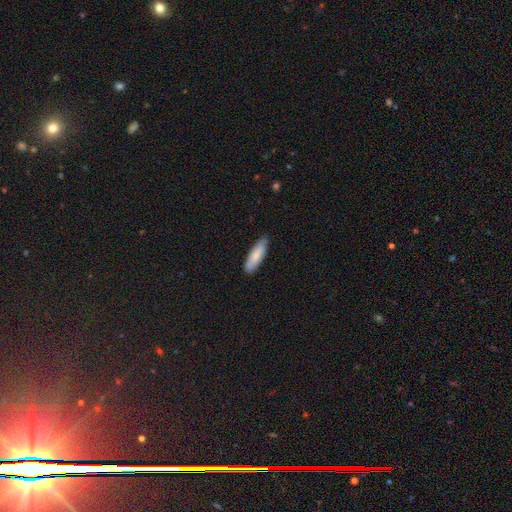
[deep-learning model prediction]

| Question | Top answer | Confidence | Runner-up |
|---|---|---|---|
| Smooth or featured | smooth | 81% | featured or disk (14%) |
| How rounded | cigar-shaped | 52% | in between (47%) |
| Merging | none | 83% | minor disturbance (14%) |